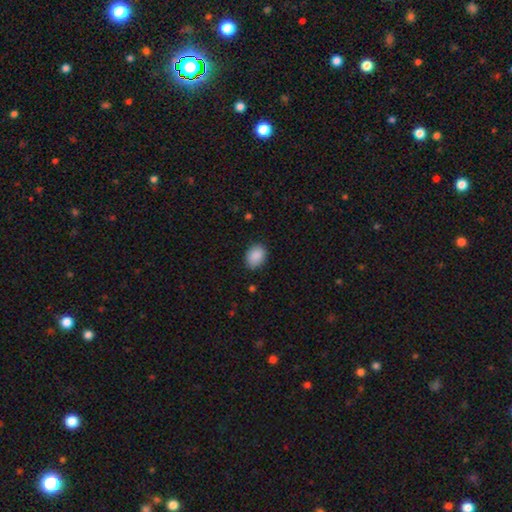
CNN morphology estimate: smooth_or_featured: smooth (p=0.90) [alt: star or artifact p=0.07]
how_rounded: in between (p=0.73) [alt: round p=0.26]
merging: none (p=0.84) [alt: minor disturbance p=0.12]